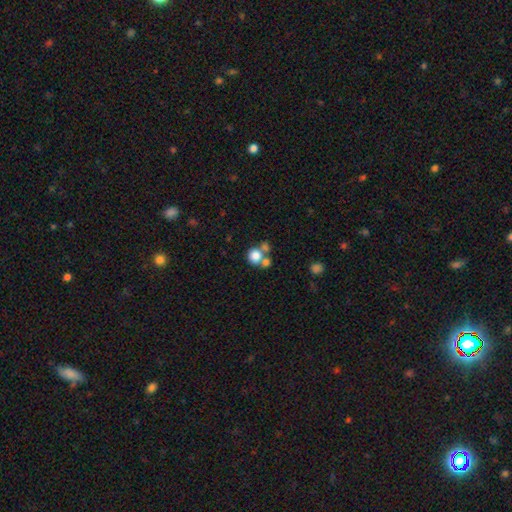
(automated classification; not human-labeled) A smooth galaxy with no disk features (78%) that is round (86%).

Vote fractions:
- Smooth or featured? smooth: 78% / star or artifact: 11% / featured or disk: 11%
- How rounded? round: 86% / in between: 13% / cigar-shaped: 1%
- Merging? none: 43% (tied) / merger: 43% (tied) / minor disturbance: 8% / major disturbance: 5%